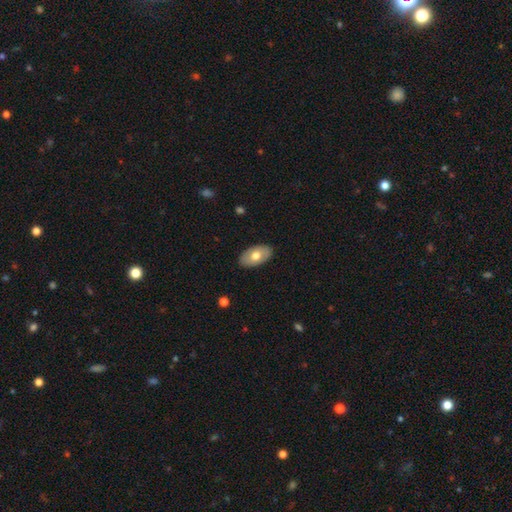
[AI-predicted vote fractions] smooth 65%, featured or disk 30%, star or artifact 5%. Down the decision tree: how rounded — in between (94%); merging — none (88%).